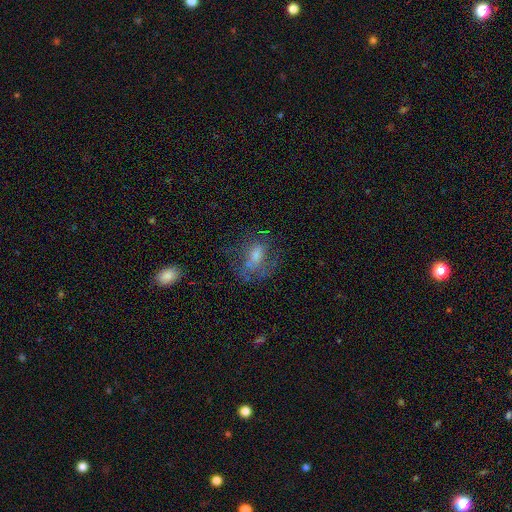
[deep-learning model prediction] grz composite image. It shows a featured or disk galaxy (43%). Merging: none (53%).